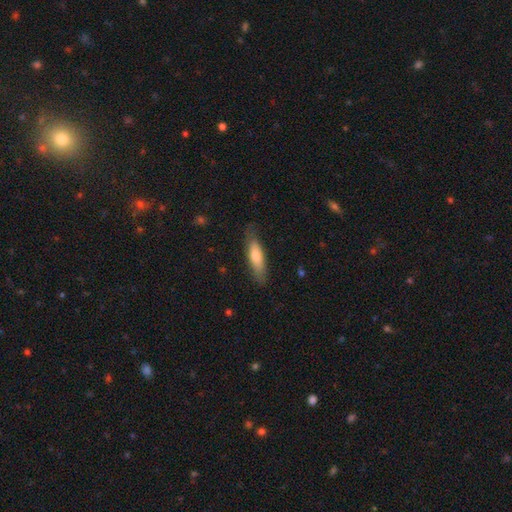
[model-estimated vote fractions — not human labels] Overall: smooth (69%). How rounded: cigar-shaped (62%; in between 36%). Merging: none (79%).